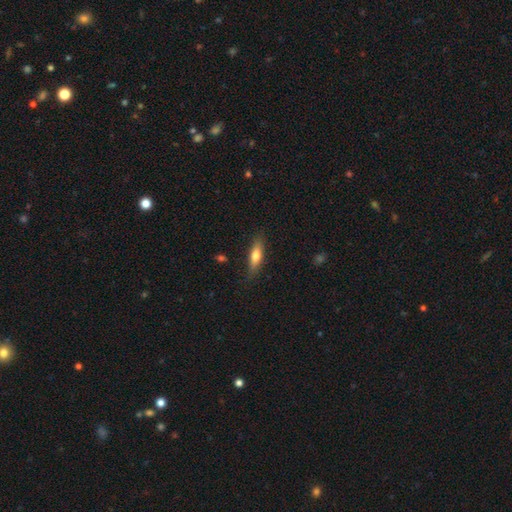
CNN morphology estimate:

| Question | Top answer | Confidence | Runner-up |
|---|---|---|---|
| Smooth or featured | smooth | 65% | featured or disk (29%) |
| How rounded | cigar-shaped | 57% | in between (41%) |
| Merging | none | 81% | minor disturbance (14%) |